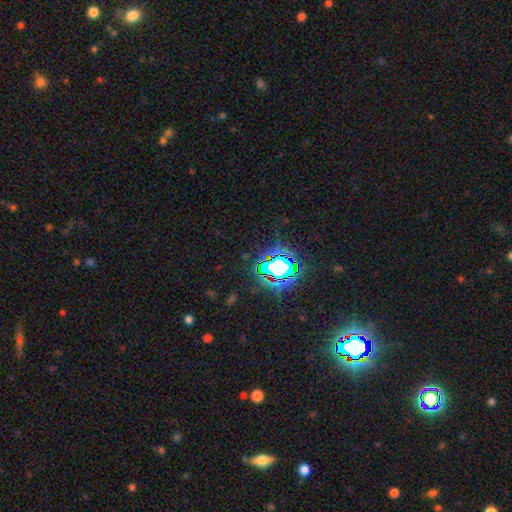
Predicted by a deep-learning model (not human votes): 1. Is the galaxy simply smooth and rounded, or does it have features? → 82% star or artifact, 11% smooth, 7% featured or disk.